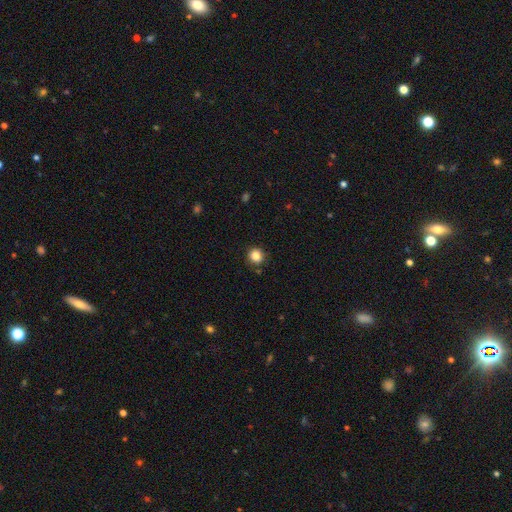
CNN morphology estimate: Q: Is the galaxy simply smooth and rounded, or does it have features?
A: smooth — 85%.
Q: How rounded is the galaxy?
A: round — 89%.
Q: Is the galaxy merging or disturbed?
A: none — 88%.